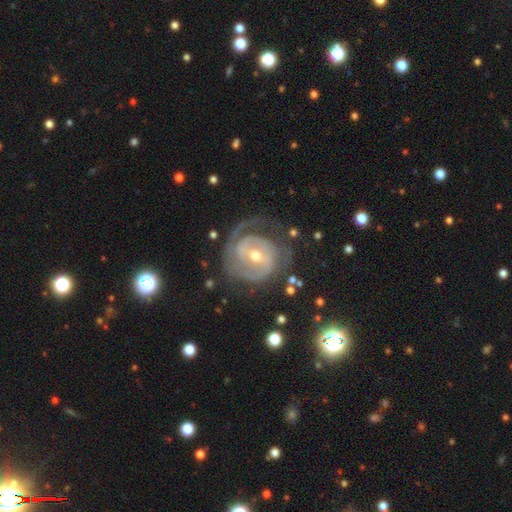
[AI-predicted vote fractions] Overall: featured or disk (88%). Edge-on disk: no (97%). Bar: weak (49%; no 29%). Spiral arms: yes (95%). Spiral arm count: 2 (49%; can't tell 18%). Spiral winding: tight (62%; medium 29%). Bulge size: moderate (50%; small 46%). Merging: none (64%).